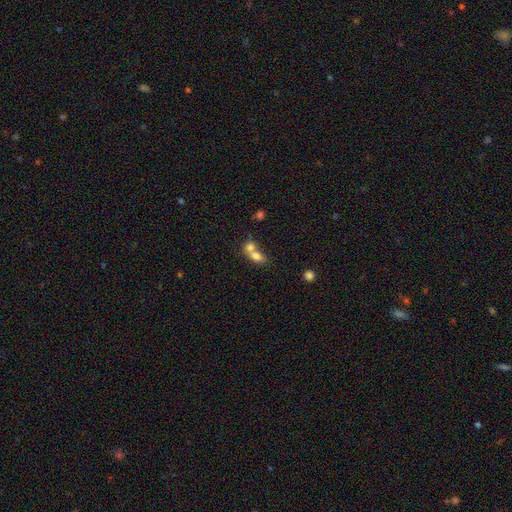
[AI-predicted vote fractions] smooth 74%, featured or disk 16%, star or artifact 10%. Down the decision tree: how rounded — in between (63%); merging — merger (71%).